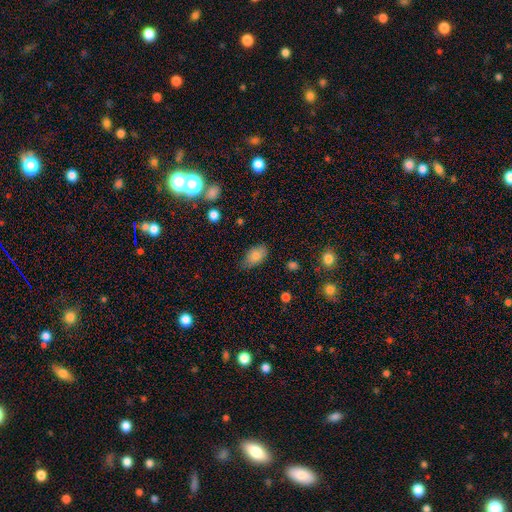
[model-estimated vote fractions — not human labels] Smooth or featured? smooth (81%)
How rounded? in between (90%)
Merging? none (69%)